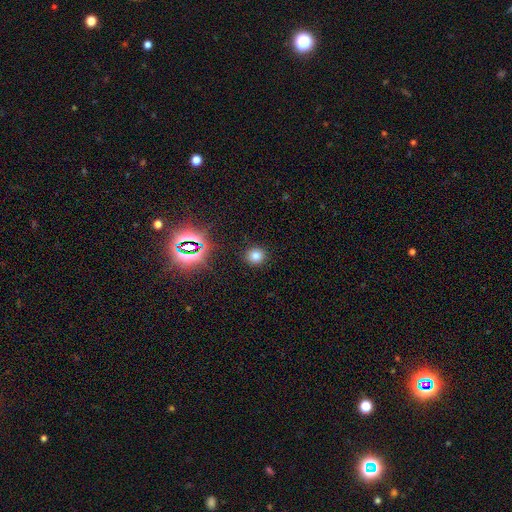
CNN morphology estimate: smooth 74%, star or artifact 19%, featured or disk 6%. Down the decision tree: how rounded — round (87%); merging — none (90%).